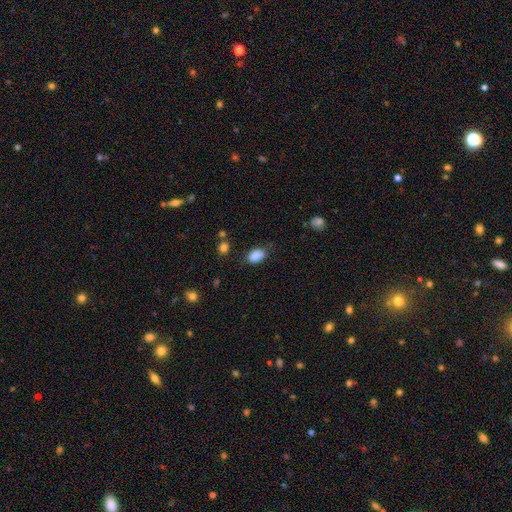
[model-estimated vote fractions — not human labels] This is clearly a smooth galaxy (87%). How rounded: clearly in between (87%). Merging: likely none (72%).